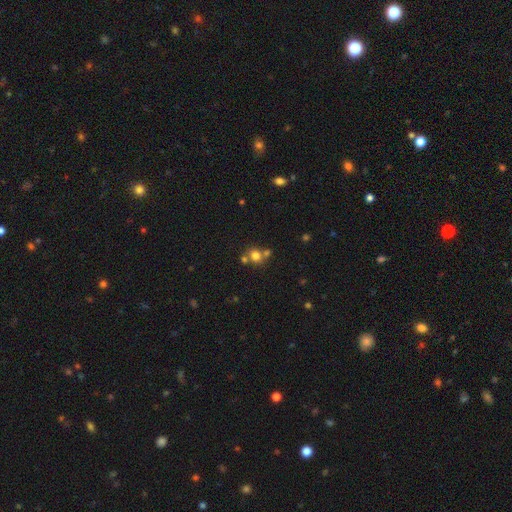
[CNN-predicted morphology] A smooth galaxy with no disk features (74%) that is round (82%).

Vote fractions:
- Smooth or featured? smooth: 74% / star or artifact: 16% / featured or disk: 10%
- How rounded? round: 82% / in between: 17% / cigar-shaped: 1%
- Merging? none: 56% / merger: 32% / minor disturbance: 8% / major disturbance: 4%